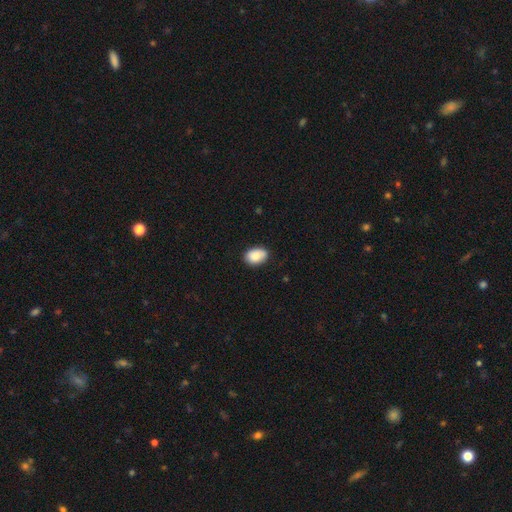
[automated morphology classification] smooth 87%, star or artifact 7%, featured or disk 6%. Down the decision tree: how rounded — in between (85%); merging — none (82%).